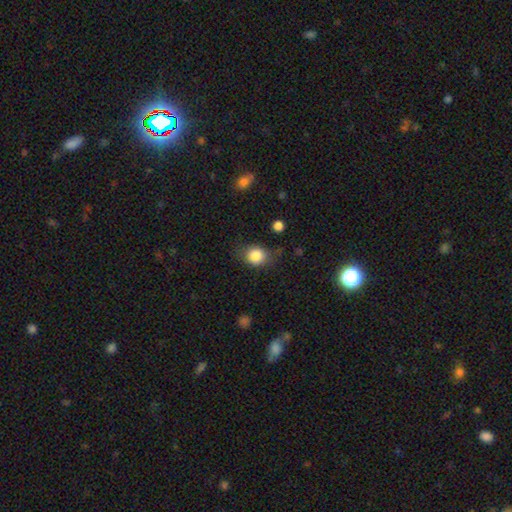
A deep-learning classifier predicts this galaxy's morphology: The model was most divided on "how rounded": round: 67%, in between: 32%, cigar-shaped: 1%. More confident: smooth or featured — smooth (84%); merging — none (72%).